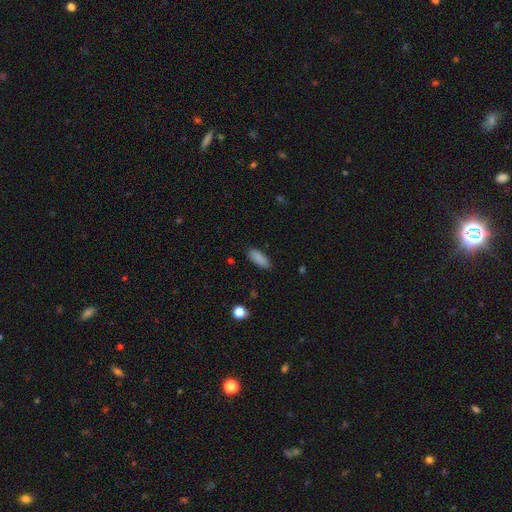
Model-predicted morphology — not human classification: Smooth or featured? Predicted: smooth (p=0.86). How rounded? Predicted: in between (p=0.64). Merging? Predicted: none (p=0.88).